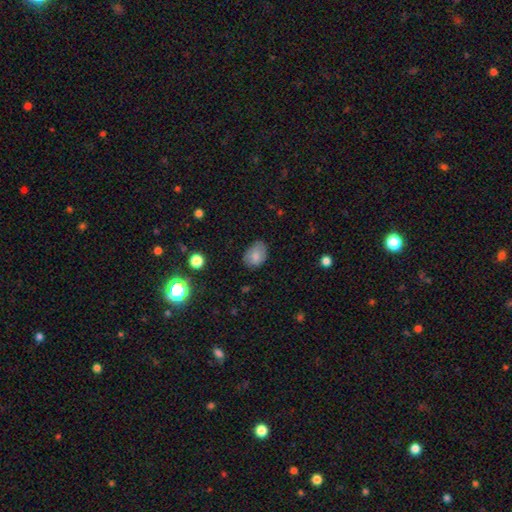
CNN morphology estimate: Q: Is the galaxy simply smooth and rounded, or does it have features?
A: smooth — 79%.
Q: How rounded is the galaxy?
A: in between — 76%.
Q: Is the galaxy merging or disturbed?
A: none — 69%.